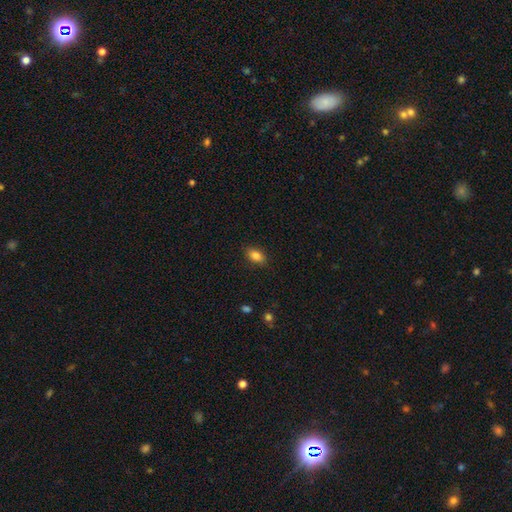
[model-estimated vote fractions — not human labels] A smooth galaxy with no disk features (85%) that is in between round and cigar-shaped (86%). Merging: none (86%).